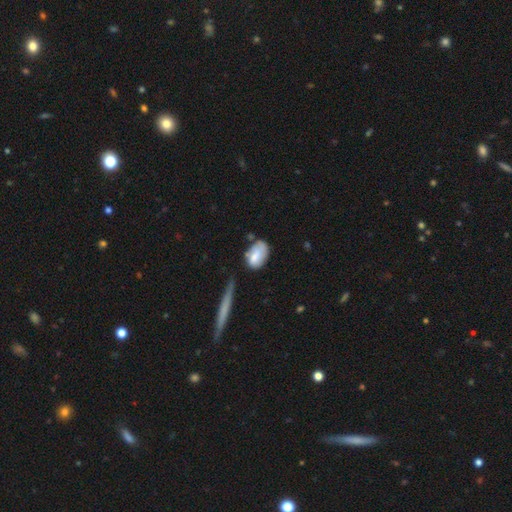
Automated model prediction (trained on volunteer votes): The model was most divided on "merging": none: 45%, minor disturbance: 32%, major disturbance: 12%, merger: 11%. More confident: how rounded — in between (86%); smooth or featured — smooth (74%).